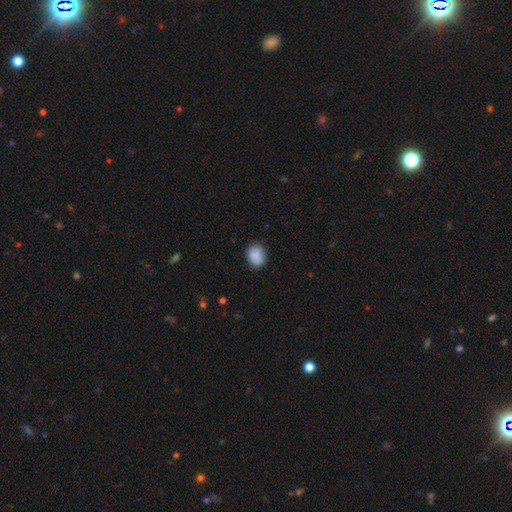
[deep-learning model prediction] Overall: smooth (87%). How rounded: round (50%; in between 49%). Merging: none (78%).